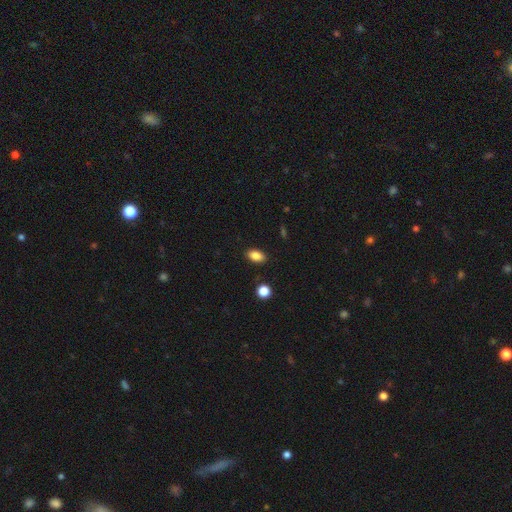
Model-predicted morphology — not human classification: Q: Smooth or featured?
A: smooth (86%); runner-up: star or artifact (9%)
Q: How rounded?
A: in between (89%); runner-up: round (8%)
Q: Merging?
A: none (88%); runner-up: minor disturbance (8%)